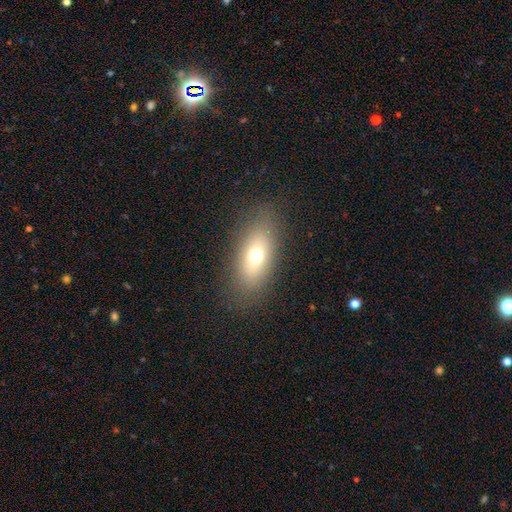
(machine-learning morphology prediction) Q: Smooth or featured?
A: smooth (68%); runner-up: featured or disk (21%)
Q: How rounded?
A: in between (81%); runner-up: cigar-shaped (11%)
Q: Merging?
A: none (83%); runner-up: minor disturbance (11%)